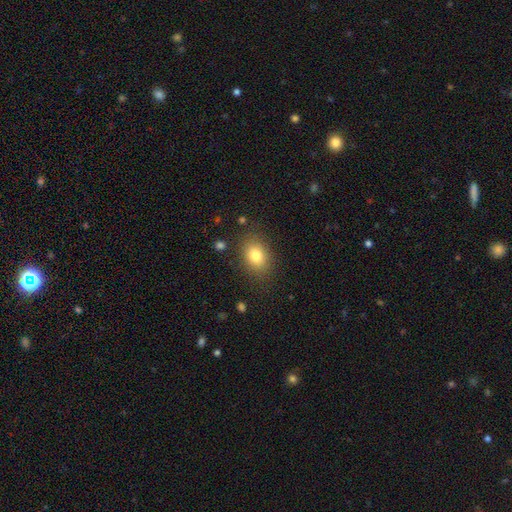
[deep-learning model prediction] A smooth galaxy with no disk features (80%) that is in between round and cigar-shaped (69%). Merging: none (83%).